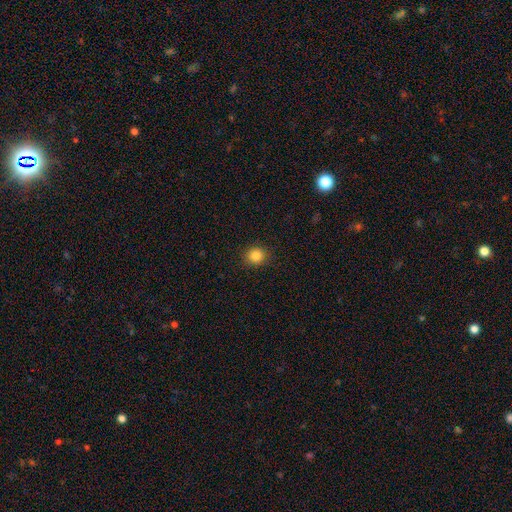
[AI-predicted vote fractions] Overall: smooth (85%). How rounded: round (81%). Merging: none (90%).